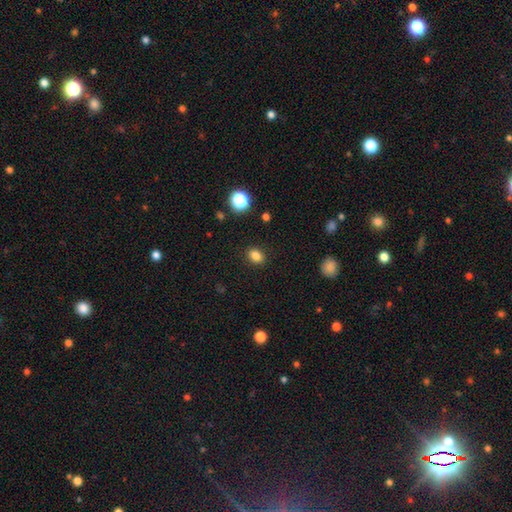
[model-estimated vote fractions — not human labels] A smooth galaxy with no disk features (82%) that is in between round and cigar-shaped (65%).

Vote fractions:
- Smooth or featured? smooth: 82% / star or artifact: 12% / featured or disk: 5%
- How rounded? in between: 65% / round: 34% / cigar-shaped: 1%
- Merging? none: 88% / minor disturbance: 8% / major disturbance: 2% / merger: 1%